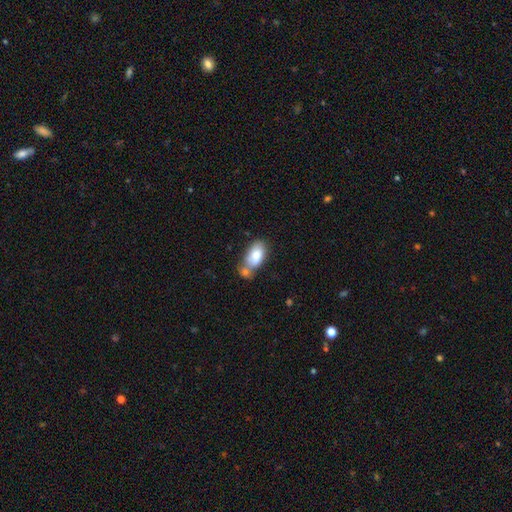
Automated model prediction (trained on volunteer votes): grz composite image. It shows a smooth galaxy with no disk features (82%) that is in between round and cigar-shaped (93%). Merging: merger (38%, tied with none).